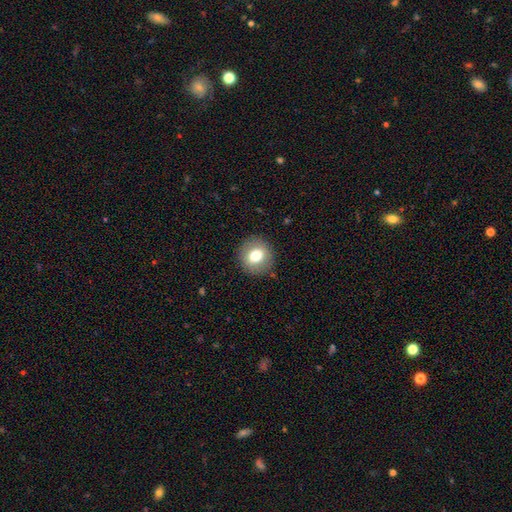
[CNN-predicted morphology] Q: Smooth or featured?
A: smooth (74%); runner-up: featured or disk (17%)
Q: How rounded?
A: round (86%); runner-up: in between (13%)
Q: Merging?
A: none (89%); runner-up: minor disturbance (8%)